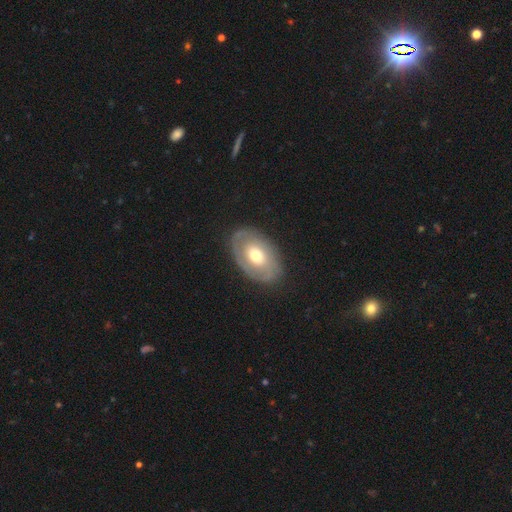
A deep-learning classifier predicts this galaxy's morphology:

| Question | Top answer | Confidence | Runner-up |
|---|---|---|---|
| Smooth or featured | featured or disk | 54% | smooth (40%) |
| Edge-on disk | no | 91% | yes (9%) |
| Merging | none | 80% | minor disturbance (14%) |